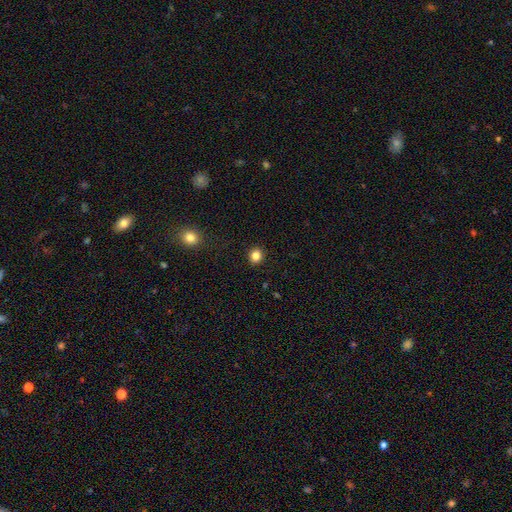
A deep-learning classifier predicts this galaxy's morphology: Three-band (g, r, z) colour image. It shows a smooth galaxy with no disk features (84%) that is round (80%). Merging: none (92%).